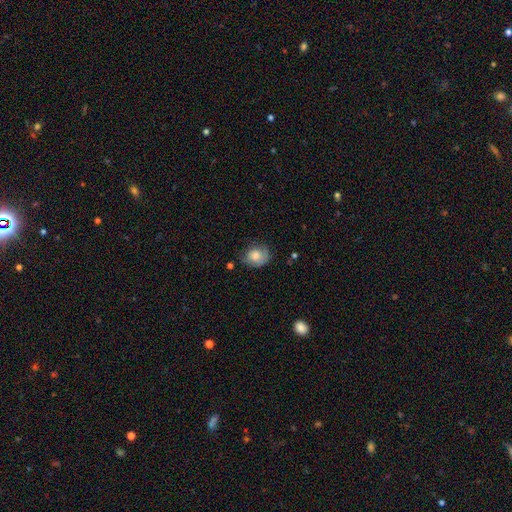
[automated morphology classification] Smooth or featured? smooth (74%)
How rounded? round (57%)
Merging? none (58%)